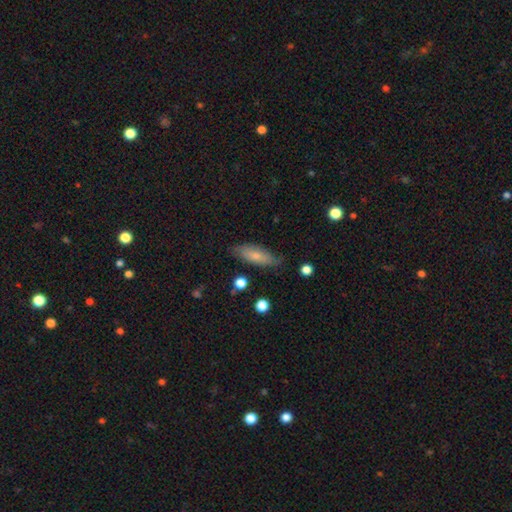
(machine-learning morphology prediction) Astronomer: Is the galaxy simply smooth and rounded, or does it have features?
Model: smooth — 71%.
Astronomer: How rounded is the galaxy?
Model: in between — 63%.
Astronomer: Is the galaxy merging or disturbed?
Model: none — 79%.